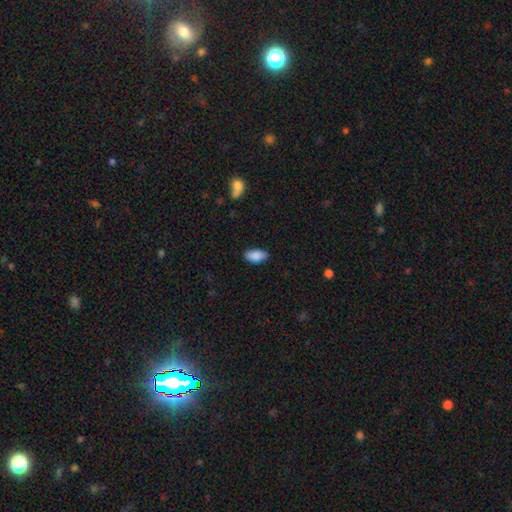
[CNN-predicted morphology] Smooth or featured: smooth — 88% (star or artifact — 7%)
How rounded: in between — 93% (cigar-shaped — 4%)
Merging: none — 82% (minor disturbance — 14%)